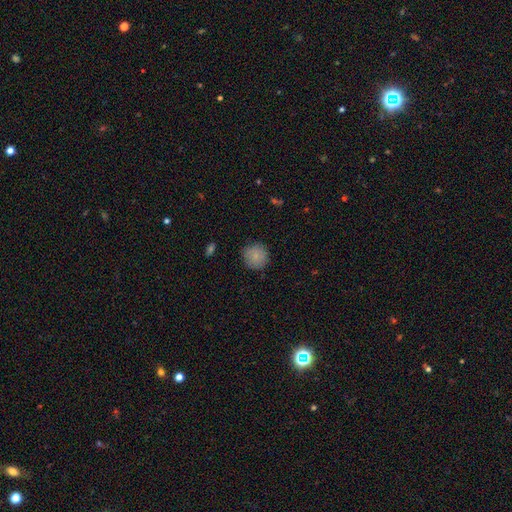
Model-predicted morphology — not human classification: smooth-or-featured: smooth: 82% | star or artifact: 9% | featured or disk: 9%
  how-rounded: round: 94% | in between: 5% | cigar-shaped: 1%
  merging: none: 85% | minor disturbance: 12% | major disturbance: 3% | merger: 1%